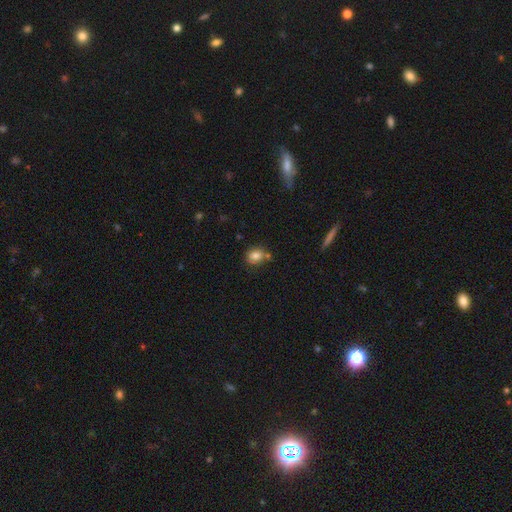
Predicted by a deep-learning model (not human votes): Morphology: type=smooth (80%); roundness=round (56%); merging=none (65%).